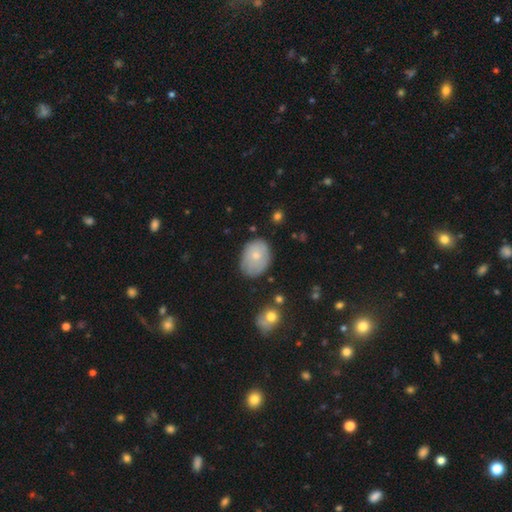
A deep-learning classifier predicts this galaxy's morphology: Smooth or featured? smooth (63%)
How rounded? in between (71%)
Merging? none (70%)